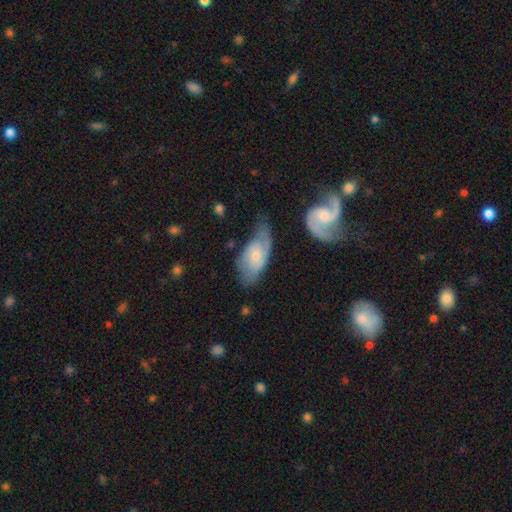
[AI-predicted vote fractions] Smooth or featured? Predicted: featured or disk (p=0.62). Edge-on disk? Predicted: no (p=0.93). Bar? Predicted: no (p=0.64). Spiral arms? Predicted: yes (p=0.88). Spiral winding? Predicted: medium (p=0.43). Spiral arm count? Predicted: 2 (p=0.62). Bulge size? Predicted: small (p=0.52). Merging? Predicted: none (p=0.48).